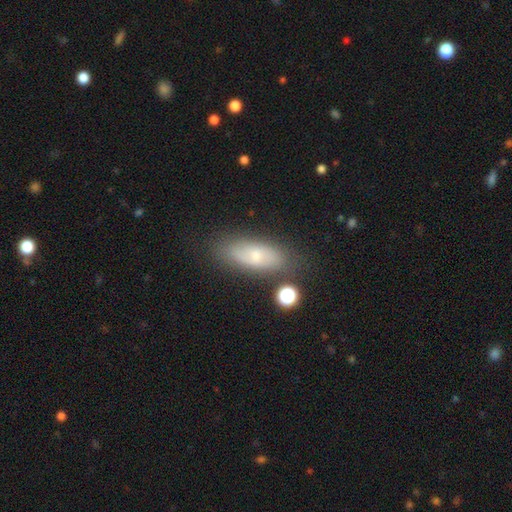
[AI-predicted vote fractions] Smooth or featured: smooth — 61% (featured or disk — 29%)
How rounded: in between — 70% (cigar-shaped — 26%)
Merging: none — 76% (minor disturbance — 15%)